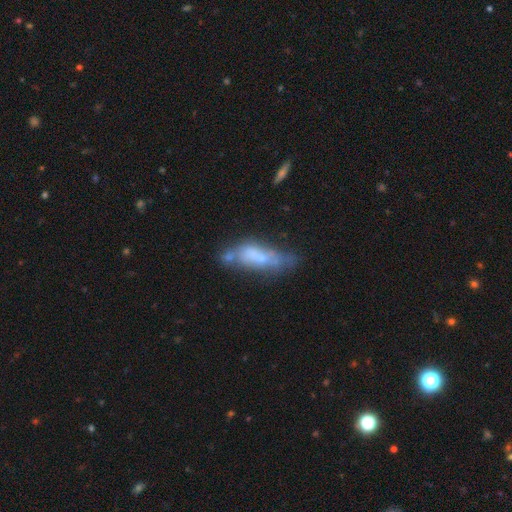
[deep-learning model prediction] smooth-or-featured: smooth: 49% | featured or disk: 41% | star or artifact: 10%
  merging: none: 34% | minor disturbance: 24% | merger: 24% | major disturbance: 18%